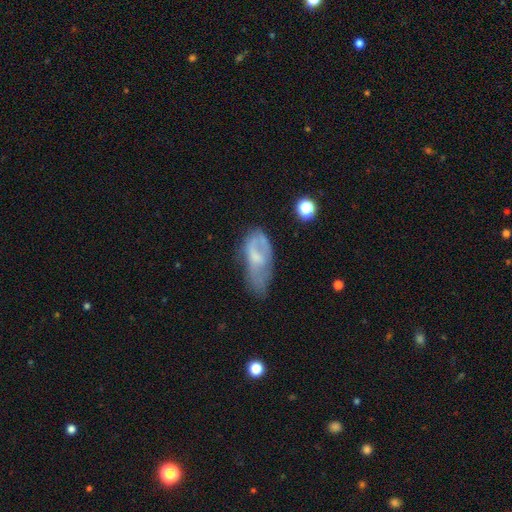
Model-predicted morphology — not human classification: Smooth or featured: smooth — 46% (featured or disk — 45%)
Merging: none — 39% (minor disturbance — 33%)